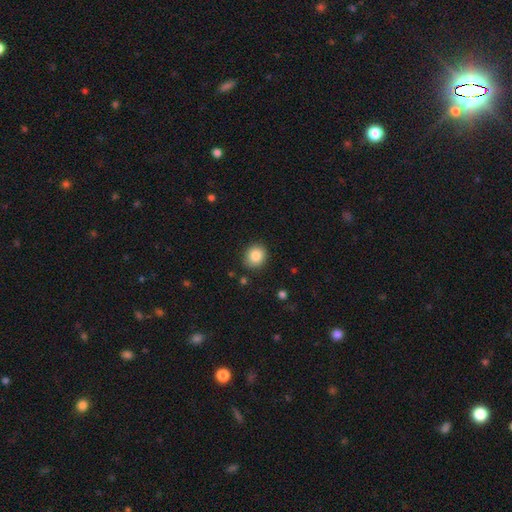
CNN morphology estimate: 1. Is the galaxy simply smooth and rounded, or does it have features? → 85% smooth, 9% star or artifact, 6% featured or disk.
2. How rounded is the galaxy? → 75% round, 25% in between, 1% cigar-shaped.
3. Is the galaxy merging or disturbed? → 88% none, 9% minor disturbance, 2% major disturbance, 2% merger.